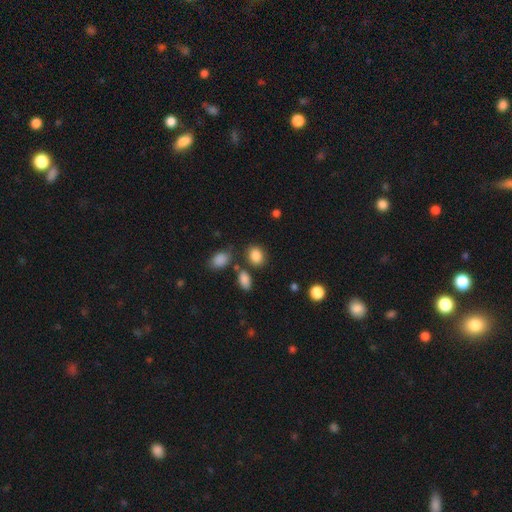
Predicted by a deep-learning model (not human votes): The model was most divided on "how rounded": in between: 58%, round: 40%, cigar-shaped: 1%. More confident: smooth or featured — smooth (86%); merging — none (74%).